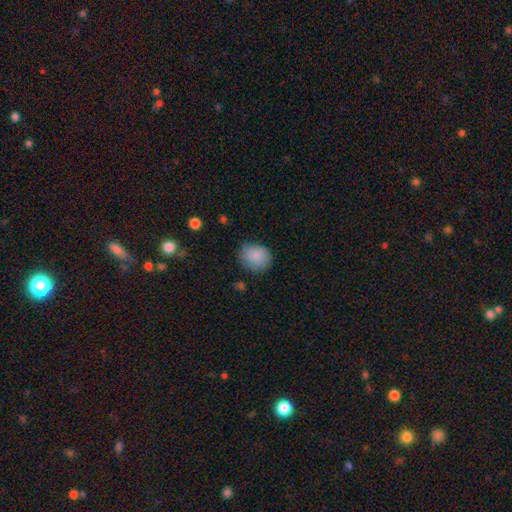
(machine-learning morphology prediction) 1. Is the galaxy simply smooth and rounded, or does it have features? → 83% smooth, 10% featured or disk, 7% star or artifact.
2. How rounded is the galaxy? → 65% round, 34% in between, 1% cigar-shaped.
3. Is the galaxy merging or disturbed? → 72% none, 22% minor disturbance, 5% major disturbance, 1% merger.